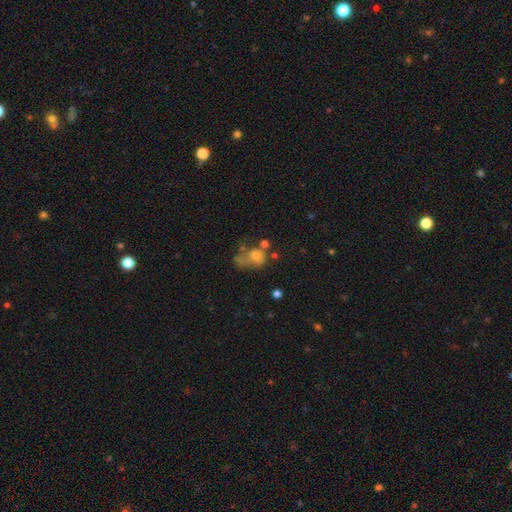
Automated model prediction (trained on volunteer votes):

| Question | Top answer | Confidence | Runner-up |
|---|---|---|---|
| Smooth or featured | smooth | 59% | featured or disk (25%) |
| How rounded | round | 52% | in between (46%) |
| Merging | major disturbance | 37% | none (23%) |